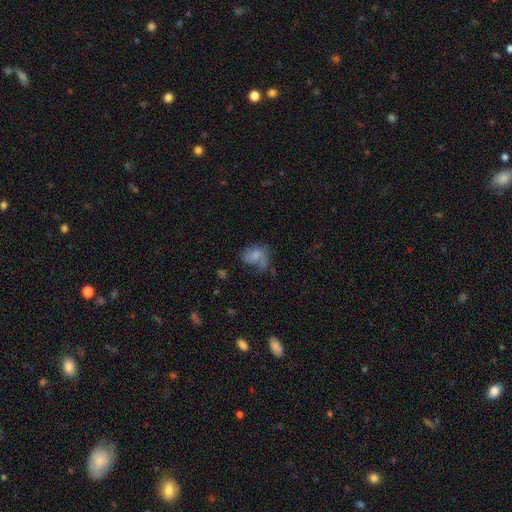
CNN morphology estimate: A featured or disk galaxy (47%).

Vote fractions:
- Smooth or featured? featured or disk: 47% / smooth: 42% / star or artifact: 11%
- Merging? major disturbance: 39% / none: 33% / minor disturbance: 23% / merger: 5%